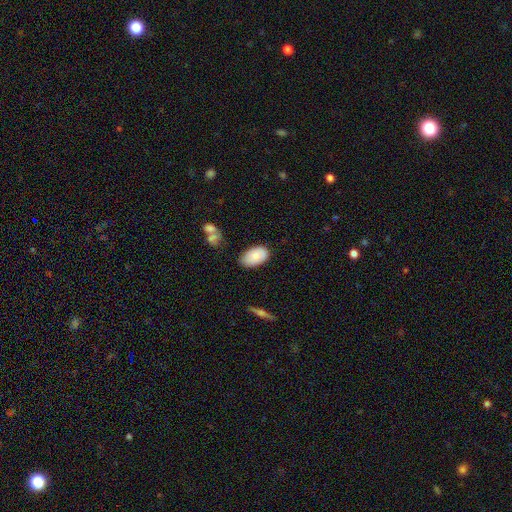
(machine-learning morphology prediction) Q: Smooth or featured?
A: smooth (80%); runner-up: featured or disk (13%)
Q: How rounded?
A: in between (94%); runner-up: round (5%)
Q: Merging?
A: none (74%); runner-up: minor disturbance (20%)